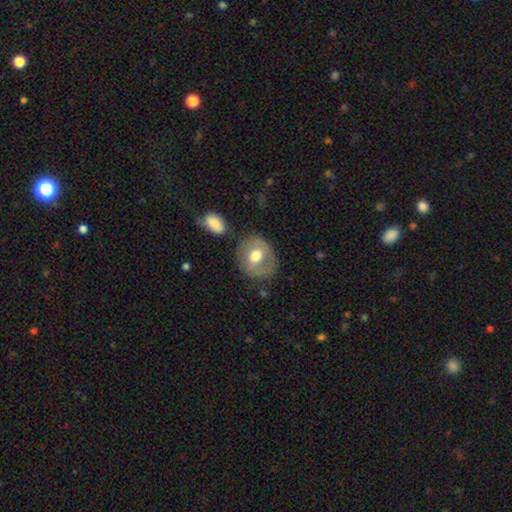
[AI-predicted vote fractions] This is possibly a smooth galaxy (55%). How rounded: likely round (67%). Merging: likely none (70%).